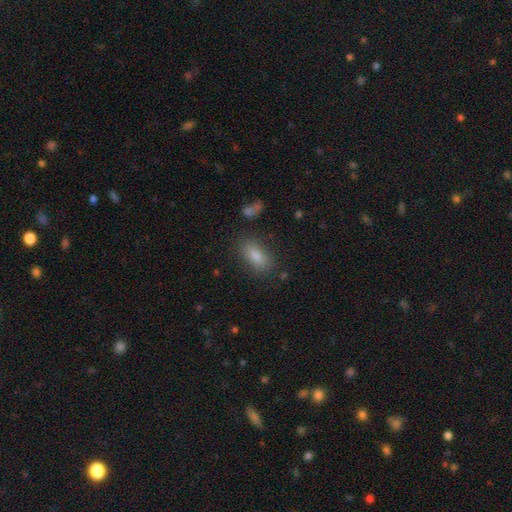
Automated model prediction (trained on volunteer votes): smooth_or_featured: smooth (p=0.81) [alt: star or artifact p=0.11]
how_rounded: in between (p=0.85) [alt: cigar-shaped p=0.09]
merging: none (p=0.82) [alt: minor disturbance p=0.11]